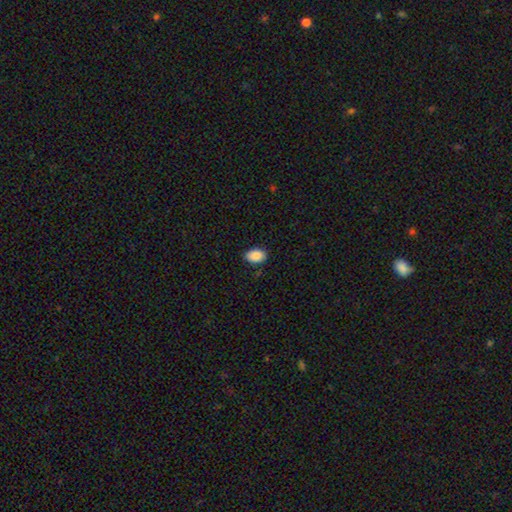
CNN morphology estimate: Smooth or featured? smooth (90%)
How rounded? in between (89%)
Merging? none (85%)